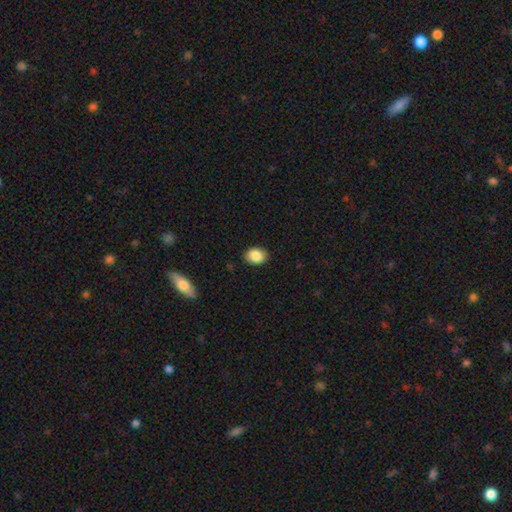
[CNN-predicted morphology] smooth_or_featured: smooth (p=0.87) [alt: star or artifact p=0.08]
how_rounded: in between (p=0.65) [alt: round p=0.34]
merging: none (p=0.88) [alt: minor disturbance p=0.09]